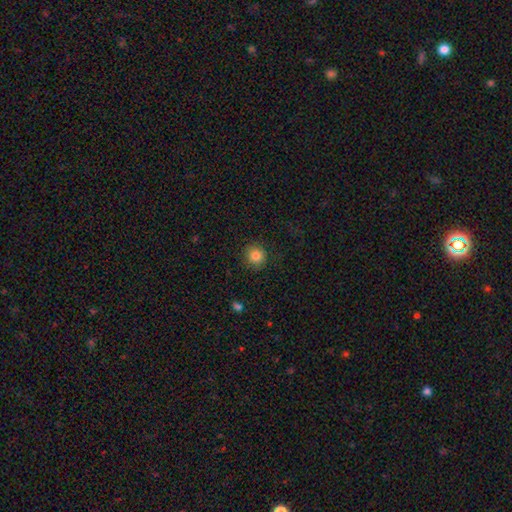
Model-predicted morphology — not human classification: Overall: smooth (83%). How rounded: round (92%). Merging: none (89%).